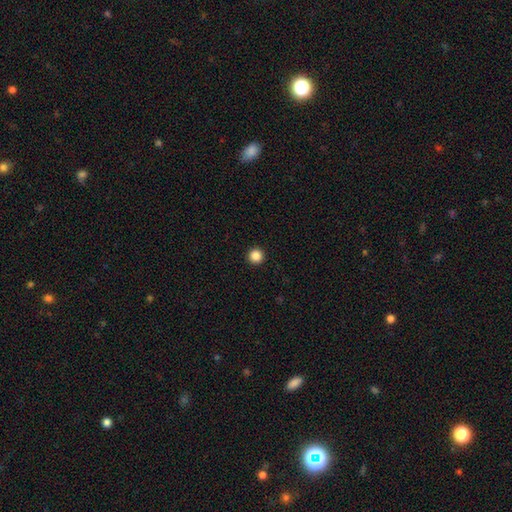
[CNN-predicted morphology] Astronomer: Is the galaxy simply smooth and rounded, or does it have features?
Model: smooth — 87%.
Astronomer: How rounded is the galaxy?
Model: round — 97%.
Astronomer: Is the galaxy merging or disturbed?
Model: none — 94%.